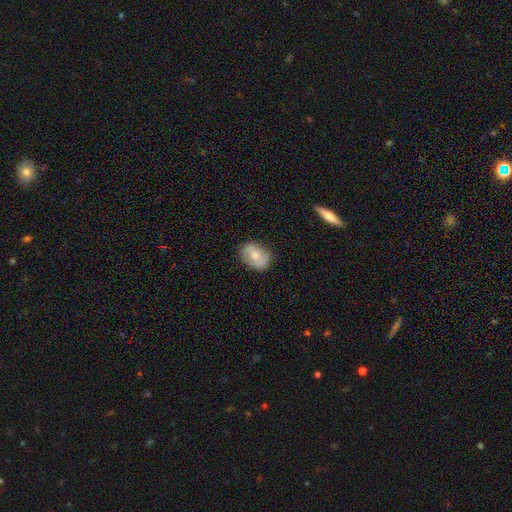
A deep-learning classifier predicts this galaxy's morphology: A smooth galaxy with no disk features (50%) that is in between round and cigar-shaped (68%).

Vote fractions:
- Smooth or featured? smooth: 50% / featured or disk: 42% / star or artifact: 7%
- How rounded? in between: 68% / round: 30% / cigar-shaped: 2%
- Merging? none: 80% / minor disturbance: 15% / major disturbance: 4% / merger: 1%